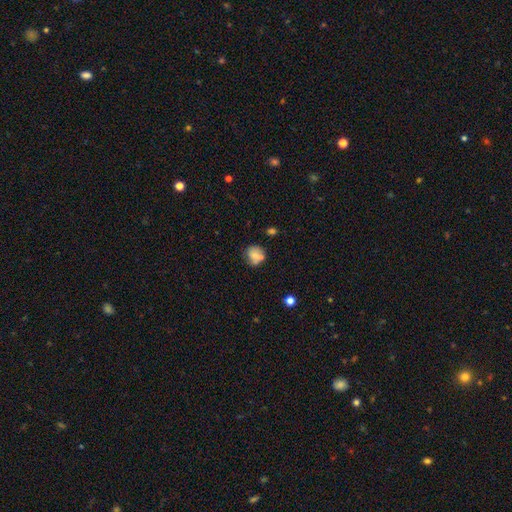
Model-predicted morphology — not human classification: Smooth or featured: smooth — 69% (featured or disk — 21%)
How rounded: round — 73% (in between — 26%)
Merging: none — 48% (merger — 23%)